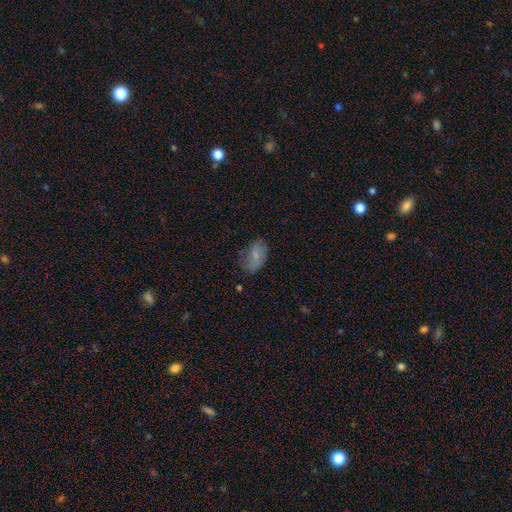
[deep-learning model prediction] Q: Smooth or featured?
A: smooth (61%); runner-up: featured or disk (31%)
Q: How rounded?
A: in between (90%); runner-up: round (7%)
Q: Merging?
A: none (57%); runner-up: minor disturbance (29%)